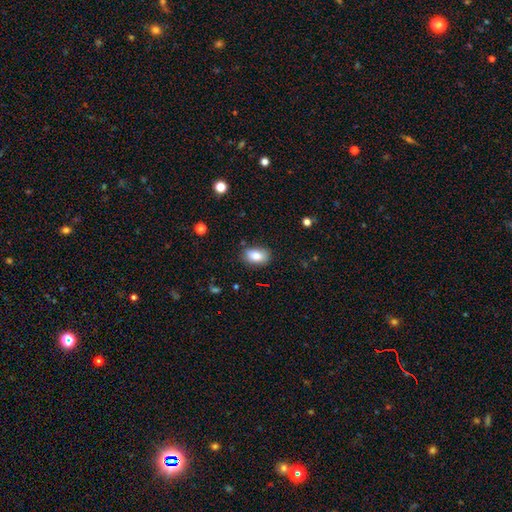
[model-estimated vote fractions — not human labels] Smooth or featured?
  - smooth: 84% *
  - star or artifact: 8%
  - featured or disk: 8%
How rounded?
  - in between: 87% *
  - round: 11%
  - cigar-shaped: 2%
Merging?
  - none: 78% *
  - minor disturbance: 16%
  - major disturbance: 3%
  - merger: 2%